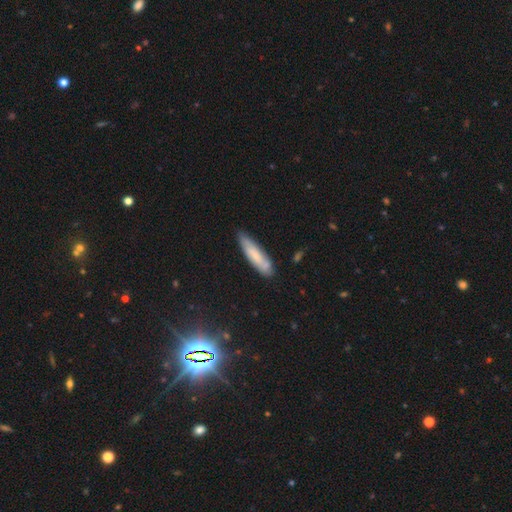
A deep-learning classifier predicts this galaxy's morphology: Smooth or featured? smooth (65%)
How rounded? cigar-shaped (75%)
Merging? none (75%)